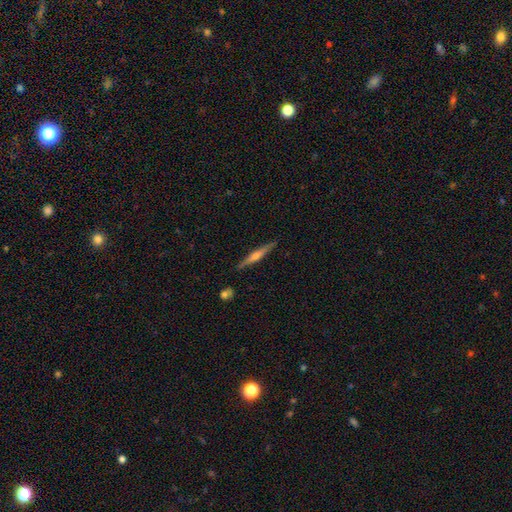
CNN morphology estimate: The model was most divided on "smooth or featured": featured or disk: 69%, smooth: 25%, star or artifact: 6%. More confident: edge-on disk — yes (98%); merging — none (89%); edge-on bulge — rounded (76%).